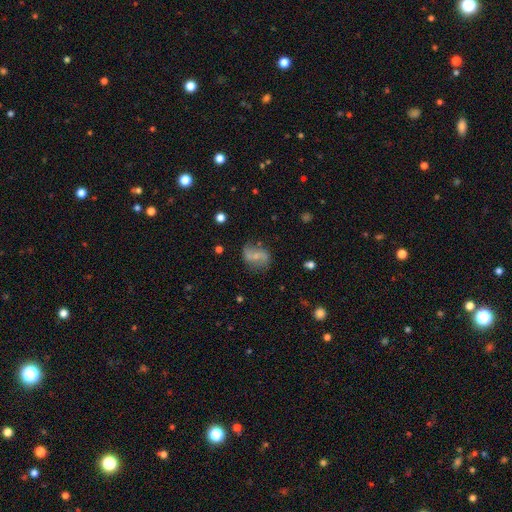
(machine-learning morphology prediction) This is likely a featured or disk galaxy (66%). It is clearly not viewed edge-on (96%). Bar: marginally weak (41%). Spiral arm pattern: clearly yes (86%). Spiral arm count: clearly 2 (90%). Spiral winding: likely loose (73%). Central bulge: possibly small (60%). Merging: likely none (70%).